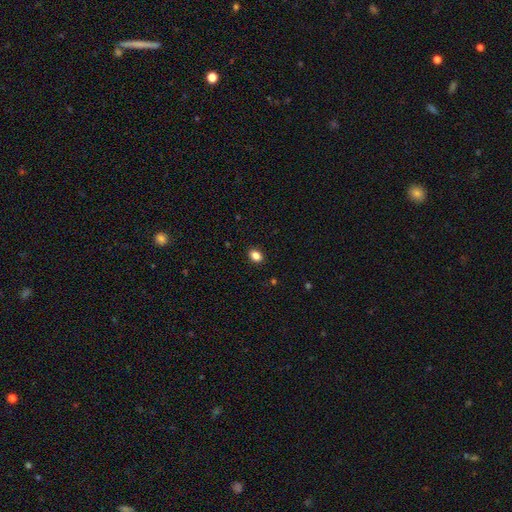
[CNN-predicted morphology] Overall: smooth (85%). How rounded: in between (72%). Merging: none (90%).